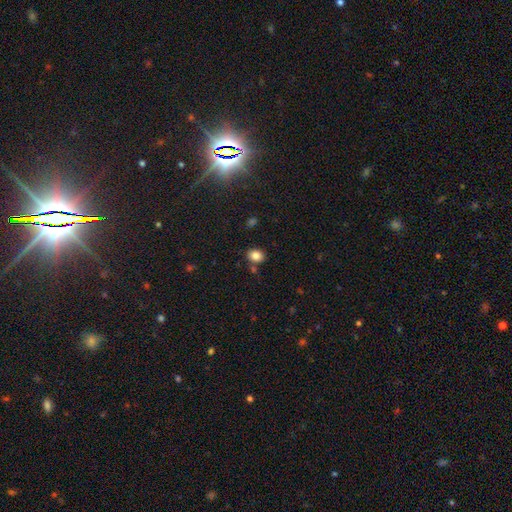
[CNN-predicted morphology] smooth_or_featured: smooth (p=0.84) [alt: star or artifact p=0.10]
how_rounded: in between (p=0.57) [alt: round p=0.42]
merging: none (p=0.78) [alt: minor disturbance p=0.11]